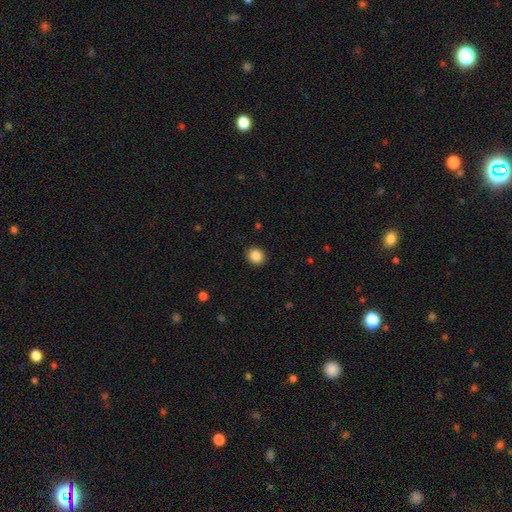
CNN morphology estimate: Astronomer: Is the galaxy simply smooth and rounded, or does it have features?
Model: smooth — 87%.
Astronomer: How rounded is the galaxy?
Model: round — 72%.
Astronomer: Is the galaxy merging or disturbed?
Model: none — 91%.